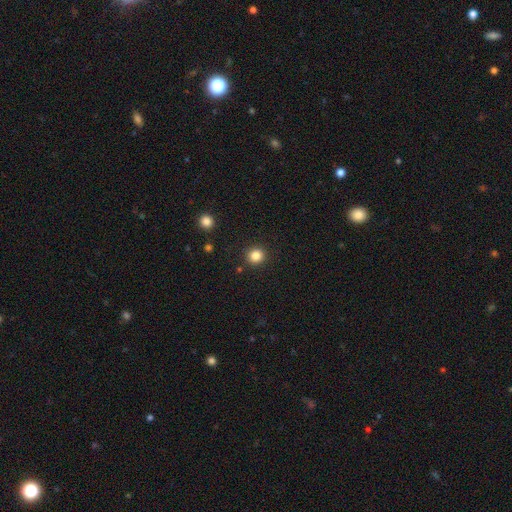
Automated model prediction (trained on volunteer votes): The model was most divided on "smooth or featured": smooth: 84%, star or artifact: 12%, featured or disk: 4%. More confident: how rounded — round (92%); merging — none (91%).